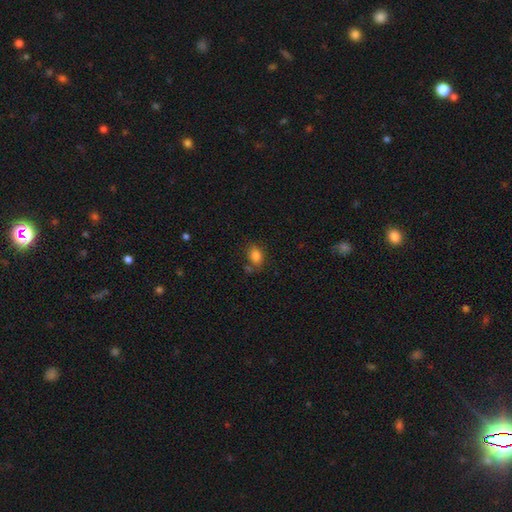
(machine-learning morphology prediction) smooth_or_featured: smooth (p=0.82) [alt: star or artifact p=0.11]
how_rounded: in between (p=0.74) [alt: round p=0.25]
merging: none (p=0.69) [alt: minor disturbance p=0.17]